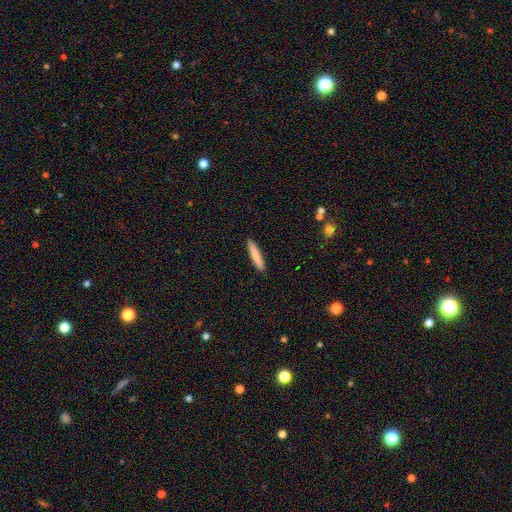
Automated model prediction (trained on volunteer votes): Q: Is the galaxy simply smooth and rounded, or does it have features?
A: smooth — 82%.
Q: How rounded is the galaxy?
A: cigar-shaped — 92%.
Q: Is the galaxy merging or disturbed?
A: none — 92%.